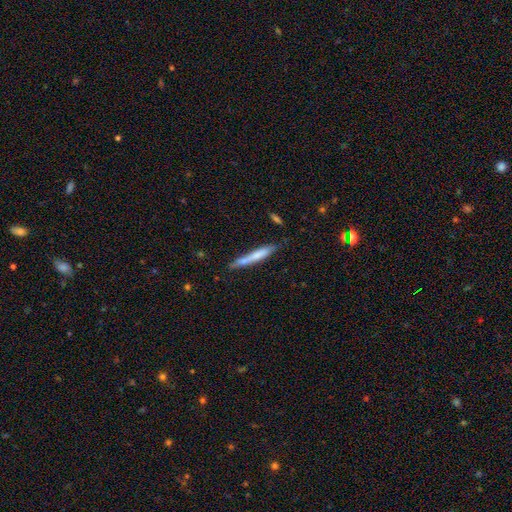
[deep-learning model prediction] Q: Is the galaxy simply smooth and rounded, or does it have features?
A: smooth — 63%.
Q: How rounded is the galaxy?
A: cigar-shaped — 95%.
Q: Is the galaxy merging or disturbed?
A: none — 71%.